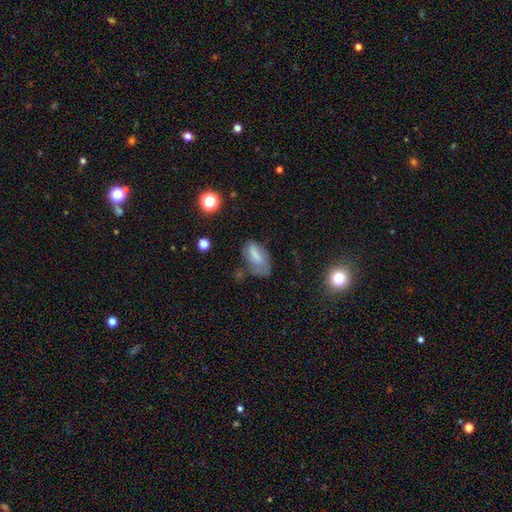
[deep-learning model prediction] smooth-or-featured: smooth: 67% | featured or disk: 21% | star or artifact: 11%
  how-rounded: in between: 85% | cigar-shaped: 10% | round: 4%
  merging: none: 43% | minor disturbance: 33% | major disturbance: 20% | merger: 4%